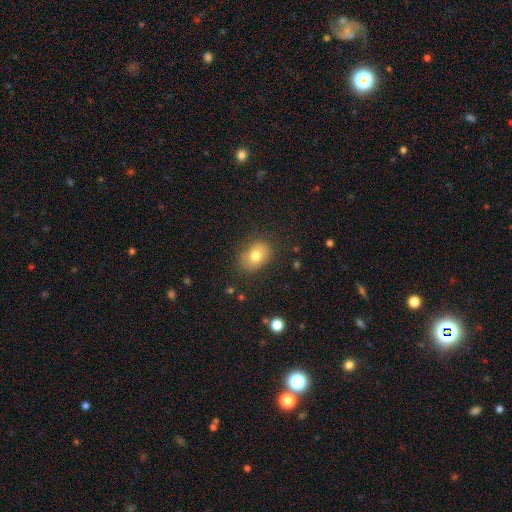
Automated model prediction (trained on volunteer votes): A smooth galaxy with no disk features (76%) that is in between round and cigar-shaped (70%).

Vote fractions:
- Smooth or featured? smooth: 76% / featured or disk: 14% / star or artifact: 9%
- How rounded? in between: 70% / round: 29% / cigar-shaped: 1%
- Merging? none: 81% / minor disturbance: 14% / major disturbance: 4% / merger: 1%